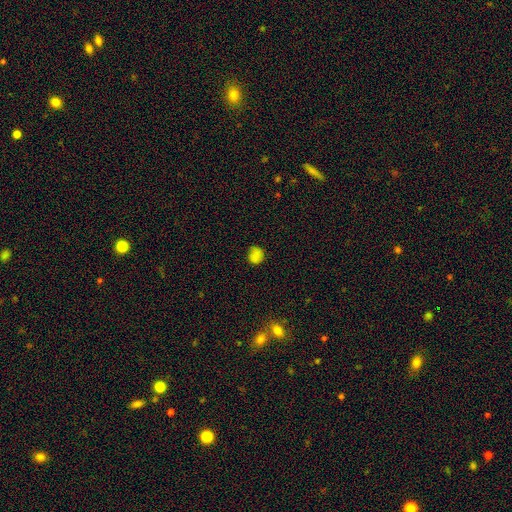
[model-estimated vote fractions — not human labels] Q: Smooth or featured?
A: smooth (79%); runner-up: star or artifact (15%)
Q: How rounded?
A: round (76%); runner-up: in between (23%)
Q: Merging?
A: none (75%); runner-up: minor disturbance (19%)